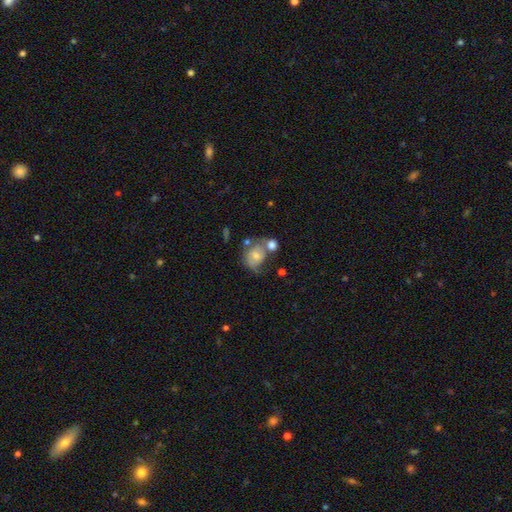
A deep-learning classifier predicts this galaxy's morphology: Smooth or featured?
  - smooth: 51% *
  - featured or disk: 40%
  - star or artifact: 9%
How rounded?
  - round: 54% *
  - in between: 45%
  - cigar-shaped: 1%
Merging?
  - merger: 32% *
  - none: 31%
  - minor disturbance: 21%
  - major disturbance: 16%